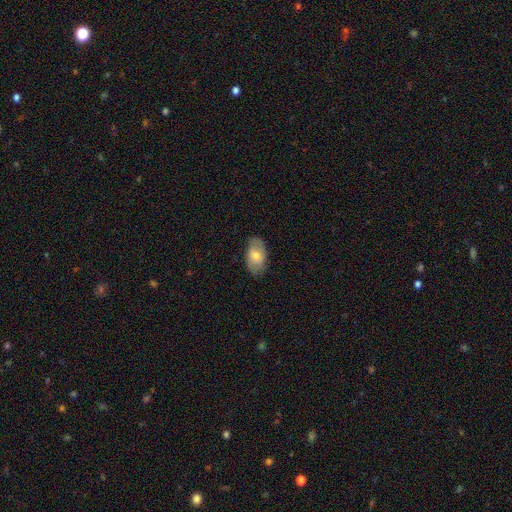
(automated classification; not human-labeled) smooth 65%, featured or disk 29%, star or artifact 7%. Down the decision tree: how rounded — in between (92%); merging — none (80%).